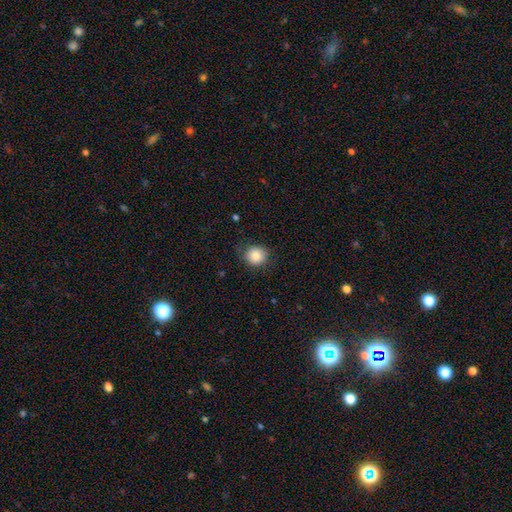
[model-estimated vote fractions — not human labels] smooth-or-featured: smooth: 82% | star or artifact: 10% | featured or disk: 8%
  how-rounded: round: 89% | in between: 10% | cigar-shaped: 1%
  merging: none: 80% | minor disturbance: 15% | major disturbance: 5% | merger: 1%